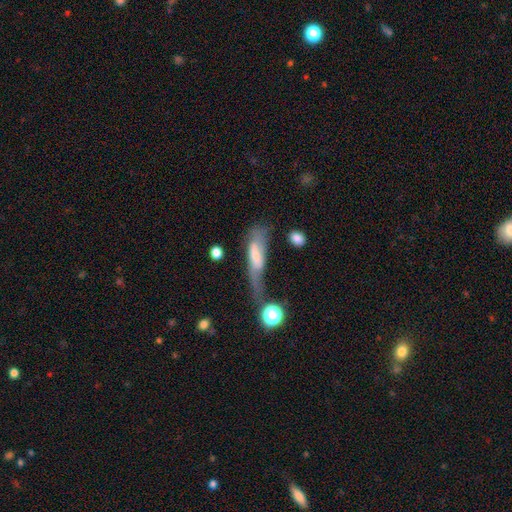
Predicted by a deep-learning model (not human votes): Smooth or featured? Predicted: smooth (p=0.52). How rounded? Predicted: cigar-shaped (p=0.62). Merging? Predicted: major disturbance (p=0.34).